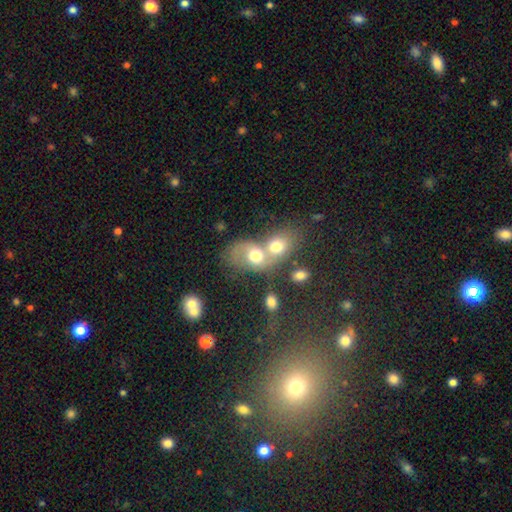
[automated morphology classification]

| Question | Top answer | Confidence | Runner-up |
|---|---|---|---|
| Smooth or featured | smooth | 60% | featured or disk (29%) |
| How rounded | in between | 55% | round (44%) |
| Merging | merger | 69% | none (17%) |